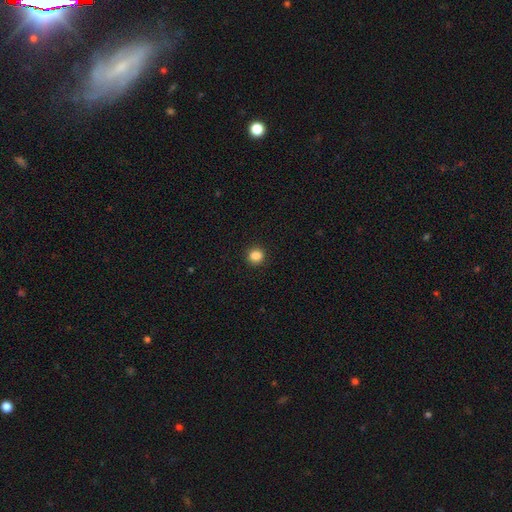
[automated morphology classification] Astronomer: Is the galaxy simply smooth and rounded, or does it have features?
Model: smooth — 86%.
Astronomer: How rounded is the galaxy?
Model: round — 87%.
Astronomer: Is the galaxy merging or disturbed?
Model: none — 92%.